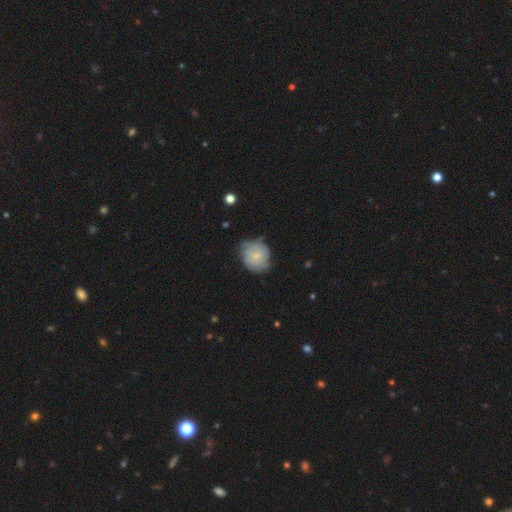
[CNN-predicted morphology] A smooth galaxy with no disk features (59%) that is round (73%).

Vote fractions:
- Smooth or featured? smooth: 59% / featured or disk: 34% / star or artifact: 7%
- How rounded? round: 73% / in between: 26% / cigar-shaped: 1%
- Merging? none: 61% / minor disturbance: 29% / major disturbance: 8% / merger: 2%